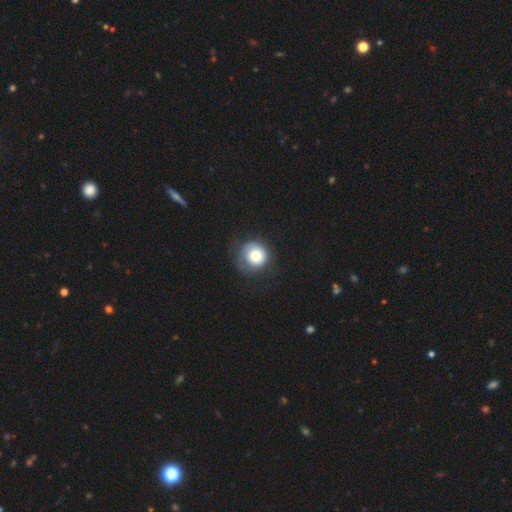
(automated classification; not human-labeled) Morphology: type=smooth (70%); roundness=round (92%); merging=none (60%).